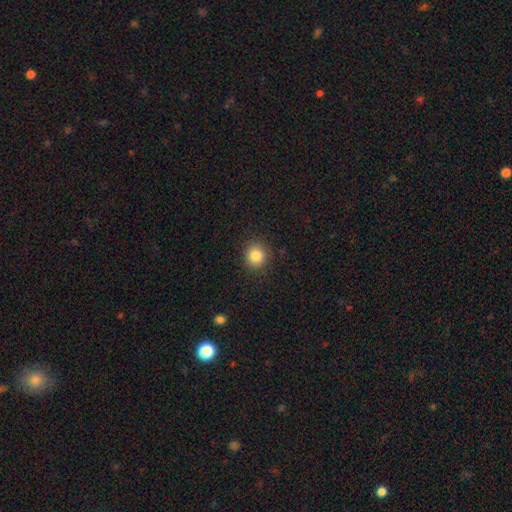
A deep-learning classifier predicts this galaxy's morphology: Smooth or featured: smooth — 84% (star or artifact — 11%)
How rounded: round — 88% (in between — 11%)
Merging: none — 89% (minor disturbance — 7%)